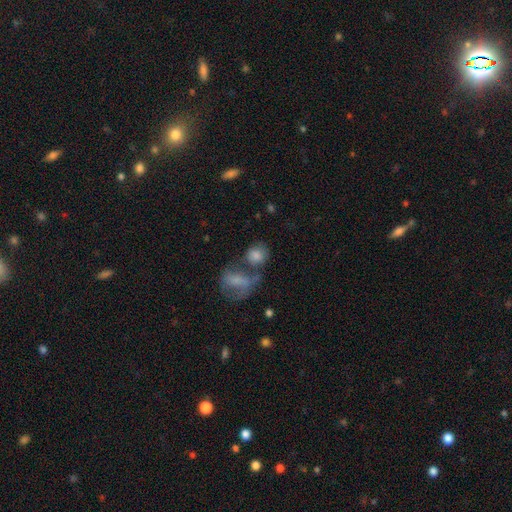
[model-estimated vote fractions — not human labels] smooth_or_featured: smooth (p=0.74) [alt: featured or disk p=0.15]
how_rounded: round (p=0.66) [alt: in between p=0.32]
merging: merger (p=0.40) [alt: none p=0.37]